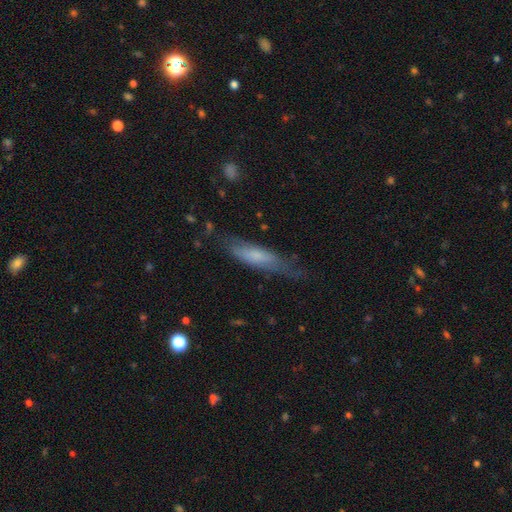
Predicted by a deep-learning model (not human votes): Overall: smooth (59%; featured or disk 34%). How rounded: cigar-shaped (71%). Merging: none (56%; minor disturbance 28%).